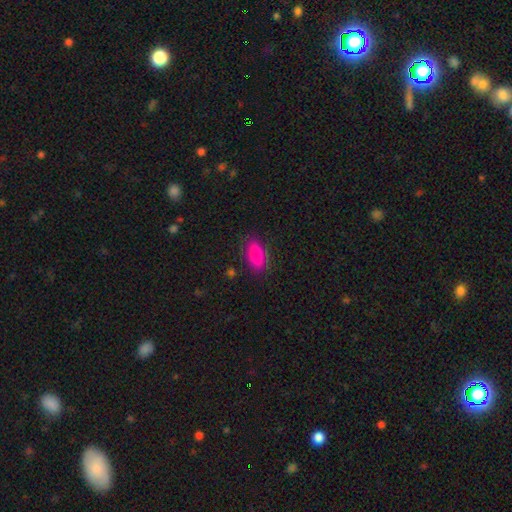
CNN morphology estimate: Q: Smooth or featured?
A: smooth (80%); runner-up: featured or disk (11%)
Q: How rounded?
A: in between (86%); runner-up: cigar-shaped (10%)
Q: Merging?
A: none (80%); runner-up: minor disturbance (14%)